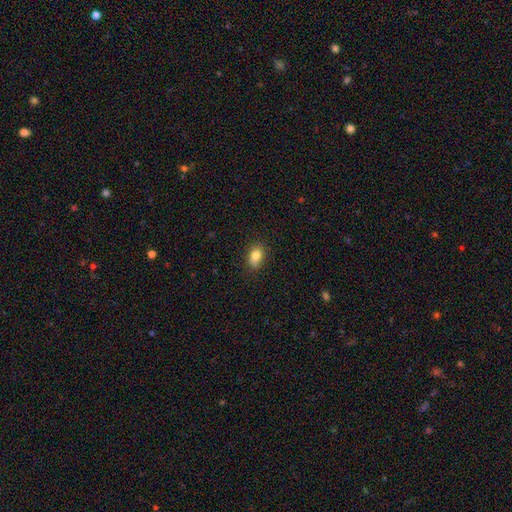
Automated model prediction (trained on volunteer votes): This is clearly a smooth galaxy (83%). How rounded: likely in between (78%). Merging: clearly none (82%).